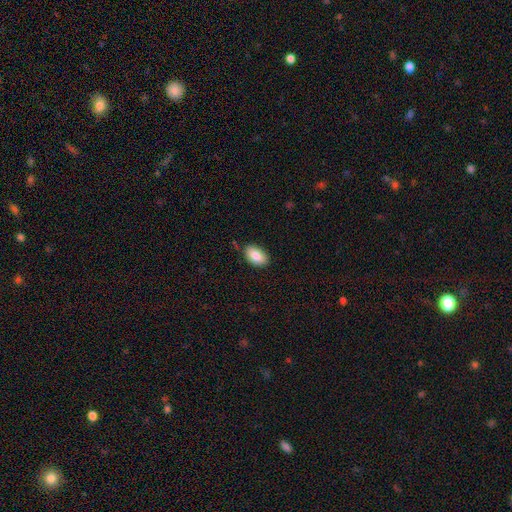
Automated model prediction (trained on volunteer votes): Smooth or featured? Predicted: smooth (p=0.84). How rounded? Predicted: in between (p=0.93). Merging? Predicted: none (p=0.81).